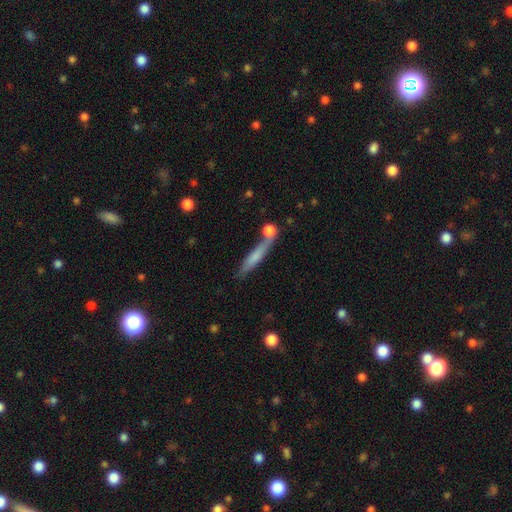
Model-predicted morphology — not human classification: Overall: smooth (60%; featured or disk 32%). How rounded: cigar-shaped (89%). Merging: none (59%).